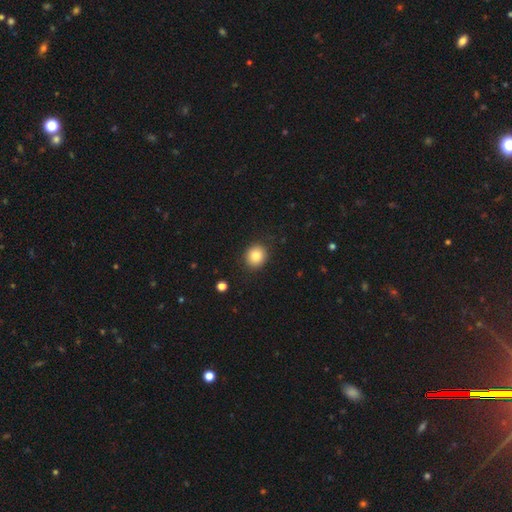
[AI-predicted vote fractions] This appears to be a smooth galaxy with no disk features (85%) that is round (78%). Merging: none (88%).